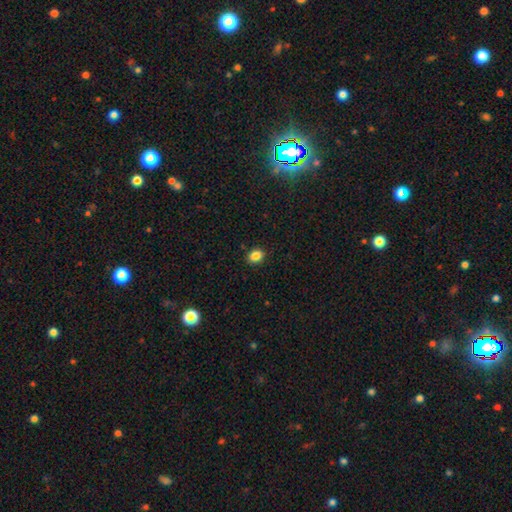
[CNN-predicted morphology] A smooth galaxy with no disk features (86%) that is in between round and cigar-shaped (61%).

Vote fractions:
- Smooth or featured? smooth: 86% / star or artifact: 10% / featured or disk: 4%
- How rounded? in between: 61% / round: 39% / cigar-shaped: 1%
- Merging? none: 88% / minor disturbance: 9% / major disturbance: 2% / merger: 1%